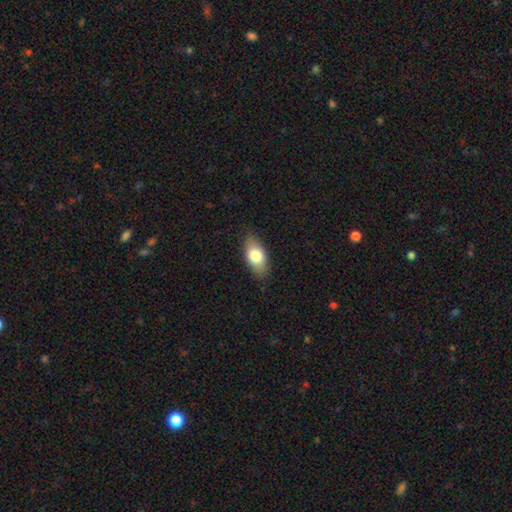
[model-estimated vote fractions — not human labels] Smooth or featured? Predicted: smooth (p=0.76). How rounded? Predicted: in between (p=0.89). Merging? Predicted: none (p=0.85).